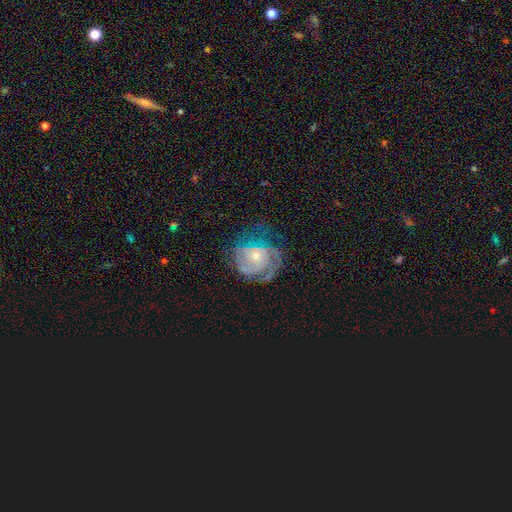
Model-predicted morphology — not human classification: This appears to be a featured or disk galaxy (80%) with no bar (71%), tight (64%) spiral arms (93%) and a small central bulge (60%). Merging: none (62%).